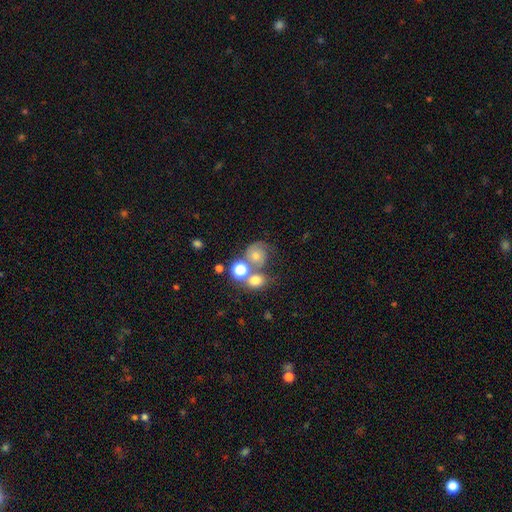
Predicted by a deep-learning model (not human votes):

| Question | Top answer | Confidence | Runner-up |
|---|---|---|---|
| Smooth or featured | smooth | 51% | featured or disk (35%) |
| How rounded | round | 75% | in between (24%) |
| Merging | none | 38% | merger (35%) |